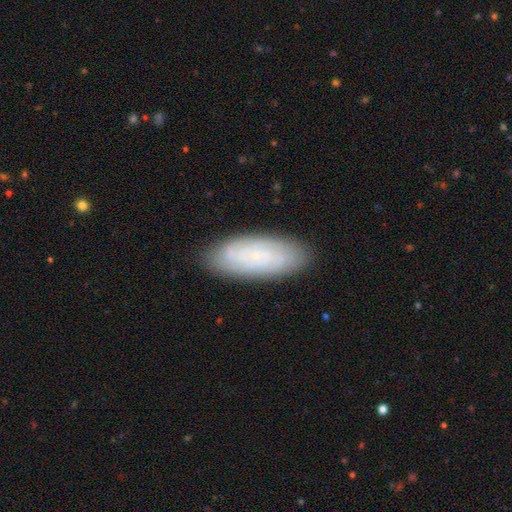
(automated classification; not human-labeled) This is likely a featured or disk galaxy (63%). It is clearly not viewed edge-on (91%). Bar: likely no (74%). Spiral arm pattern: clearly yes (90%). Spiral arm count: possibly can't tell (50%). Spiral winding: likely tight (69%). Central bulge: clearly small (82%). Merging: clearly none (84%).